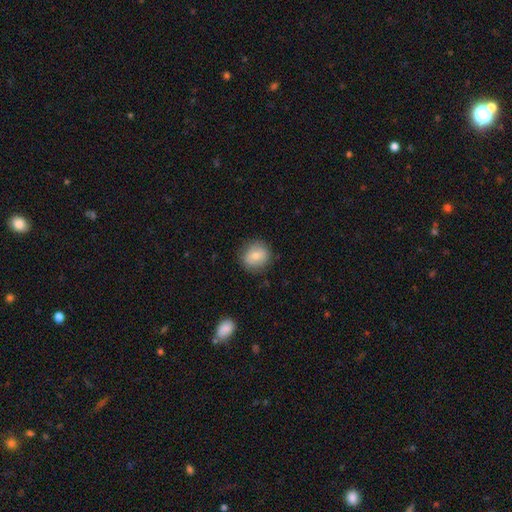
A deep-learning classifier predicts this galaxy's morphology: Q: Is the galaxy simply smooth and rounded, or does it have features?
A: smooth — 72%.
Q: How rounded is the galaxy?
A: round — 84%.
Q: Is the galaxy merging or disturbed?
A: none — 85%.